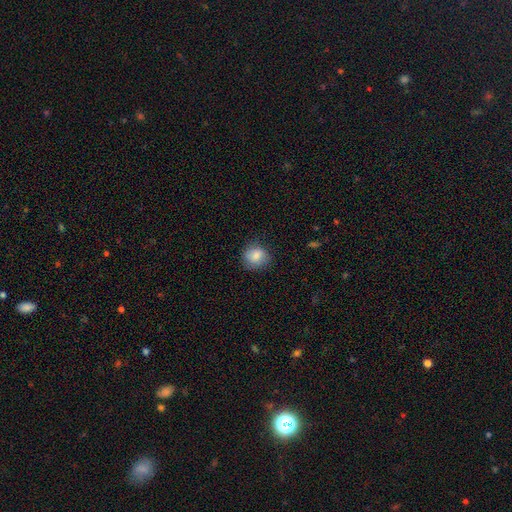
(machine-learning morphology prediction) The model was most divided on "how rounded": round: 78%, in between: 21%, cigar-shaped: 1%. More confident: smooth or featured — smooth (84%); merging — none (79%).